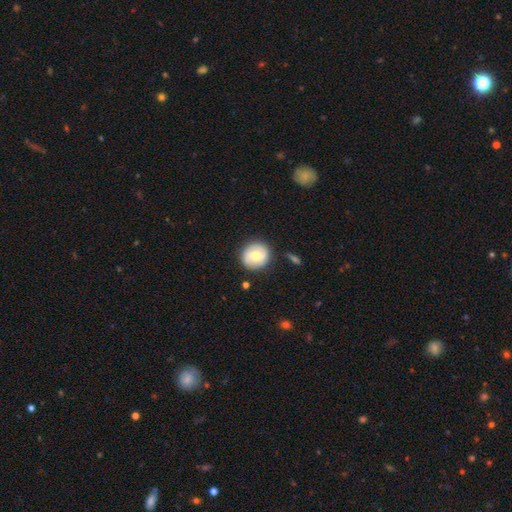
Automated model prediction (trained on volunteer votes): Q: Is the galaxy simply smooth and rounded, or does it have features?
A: smooth — 50%.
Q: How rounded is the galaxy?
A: round — 88%.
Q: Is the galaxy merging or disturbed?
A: none — 82%.